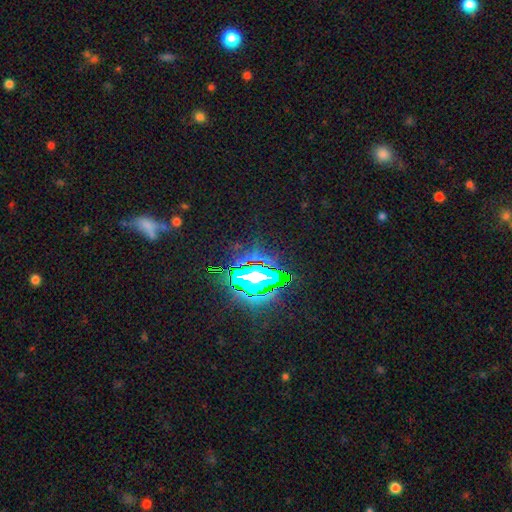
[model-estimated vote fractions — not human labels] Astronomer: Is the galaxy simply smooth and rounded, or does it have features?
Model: star or artifact — 74%.